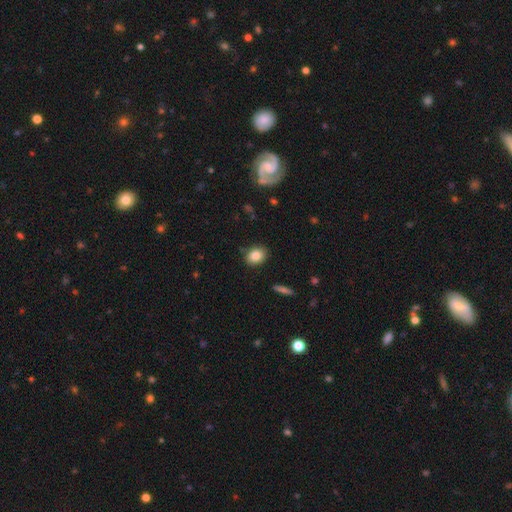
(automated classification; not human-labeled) Smooth or featured?
  - smooth: 84% *
  - star or artifact: 9%
  - featured or disk: 7%
How rounded?
  - in between: 57% *
  - round: 41%
  - cigar-shaped: 1%
Merging?
  - none: 86% *
  - minor disturbance: 10%
  - major disturbance: 2%
  - merger: 2%